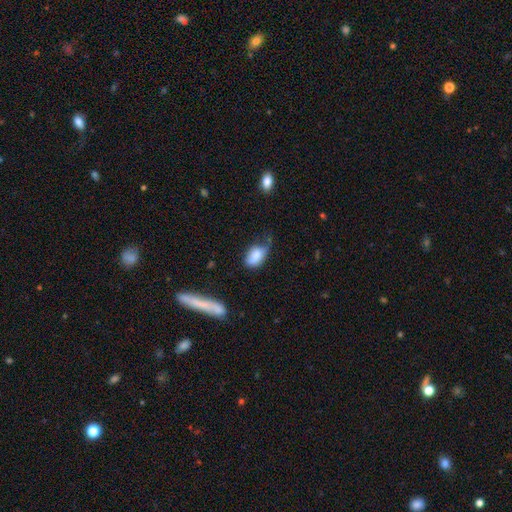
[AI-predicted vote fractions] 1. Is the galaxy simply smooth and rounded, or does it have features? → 79% smooth, 13% featured or disk, 8% star or artifact.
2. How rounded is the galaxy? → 88% in between, 10% round, 3% cigar-shaped.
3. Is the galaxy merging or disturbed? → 42% minor disturbance, 29% none, 24% major disturbance, 6% merger.